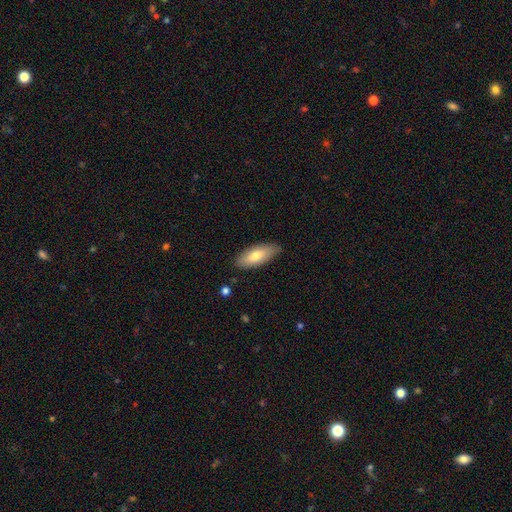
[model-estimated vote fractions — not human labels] The model was most divided on "smooth or featured": smooth: 74%, featured or disk: 20%, star or artifact: 6%. More confident: merging — none (82%); how rounded — in between (77%).